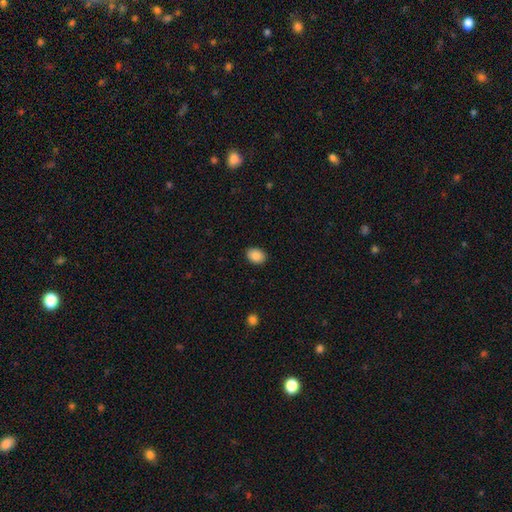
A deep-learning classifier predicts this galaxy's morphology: This is clearly a smooth galaxy (86%). How rounded: likely in between (70%). Merging: clearly none (89%).